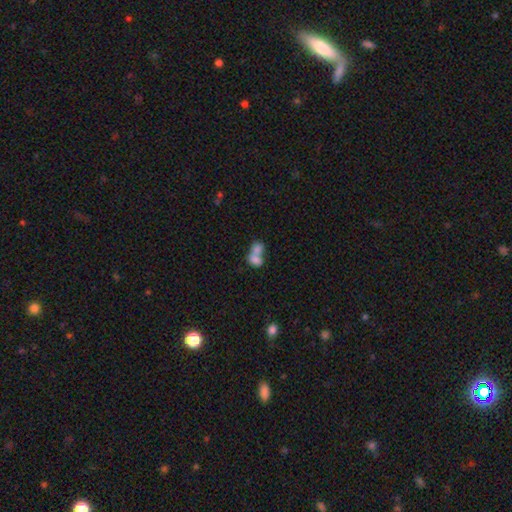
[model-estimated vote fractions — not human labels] Morphology: type=smooth (75%); roundness=in between (74%); merging=merger (75%).